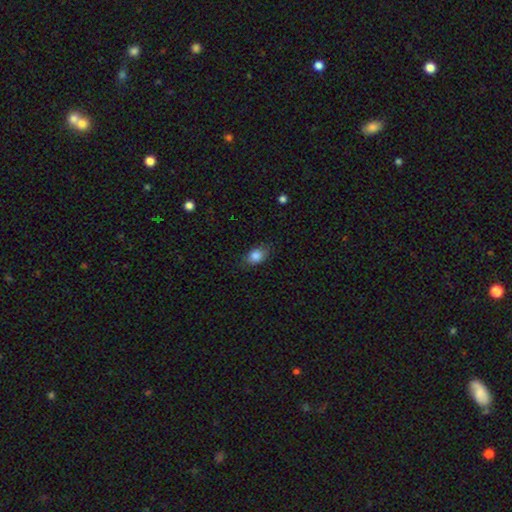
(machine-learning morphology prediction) smooth-or-featured: smooth: 85% | star or artifact: 9% | featured or disk: 7%
  how-rounded: in between: 76% | round: 22% | cigar-shaped: 2%
  merging: none: 78% | minor disturbance: 17% | major disturbance: 4% | merger: 1%